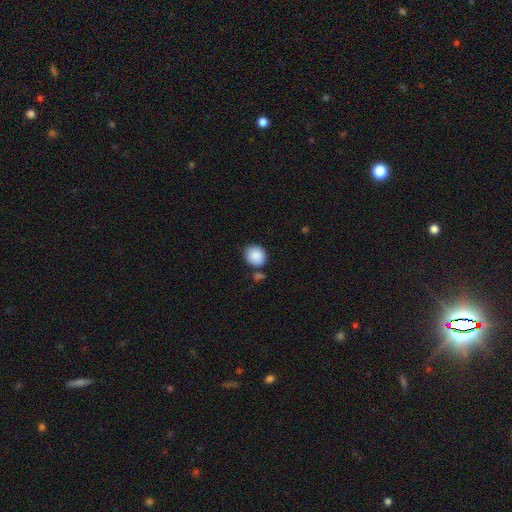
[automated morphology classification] This is clearly a smooth galaxy (89%). How rounded: likely round (79%). Merging: likely none (76%).